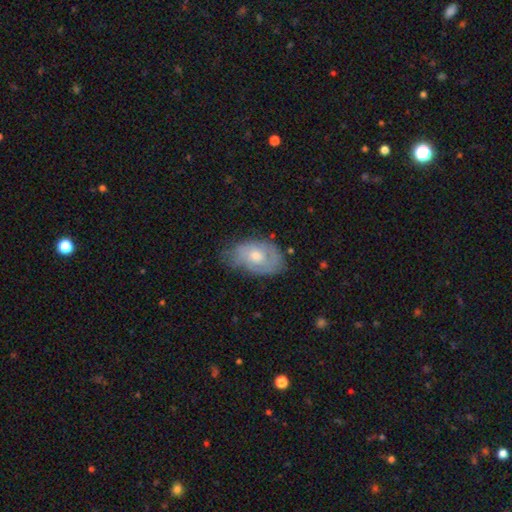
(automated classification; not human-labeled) A featured or disk galaxy (57%) with no bar (80%), spiral arms (67%) and a moderate central bulge (68%). Merging: none (58%).